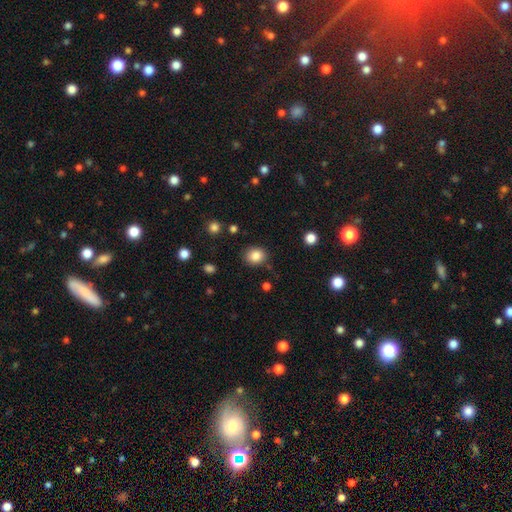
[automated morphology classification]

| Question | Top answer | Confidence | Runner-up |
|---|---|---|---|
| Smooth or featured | smooth | 85% | star or artifact (10%) |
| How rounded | round | 71% | in between (29%) |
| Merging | none | 84% | minor disturbance (10%) |